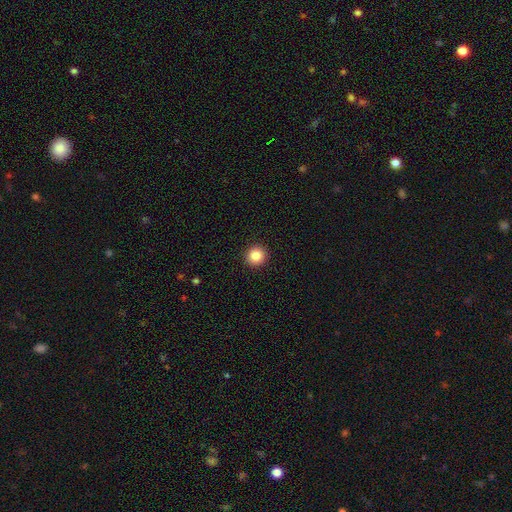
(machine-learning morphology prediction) Smooth or featured? Predicted: smooth (p=0.86). How rounded? Predicted: round (p=0.94). Merging? Predicted: none (p=0.93).